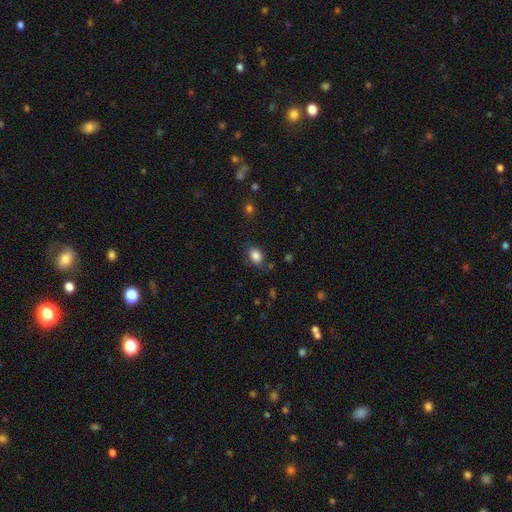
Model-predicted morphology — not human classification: Smooth or featured: smooth — 85% (star or artifact — 10%)
How rounded: in between — 68% (round — 31%)
Merging: none — 76% (minor disturbance — 17%)